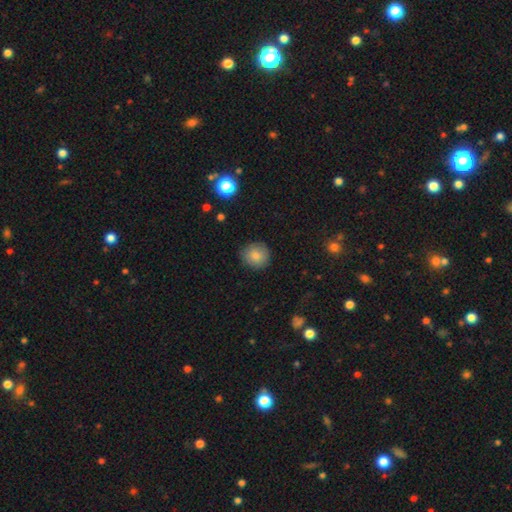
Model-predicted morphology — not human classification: smooth 84%, star or artifact 9%, featured or disk 7%. Down the decision tree: how rounded — round (89%); merging — none (87%).